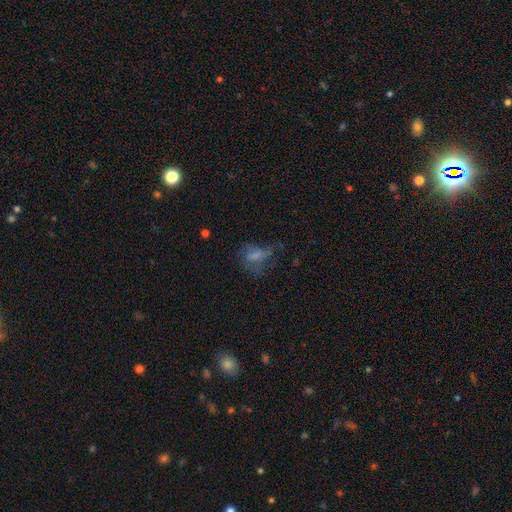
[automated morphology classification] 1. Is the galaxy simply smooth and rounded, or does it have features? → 48% smooth, 34% featured or disk, 18% star or artifact.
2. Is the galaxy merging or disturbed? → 41% major disturbance, 35% none, 22% minor disturbance, 3% merger.